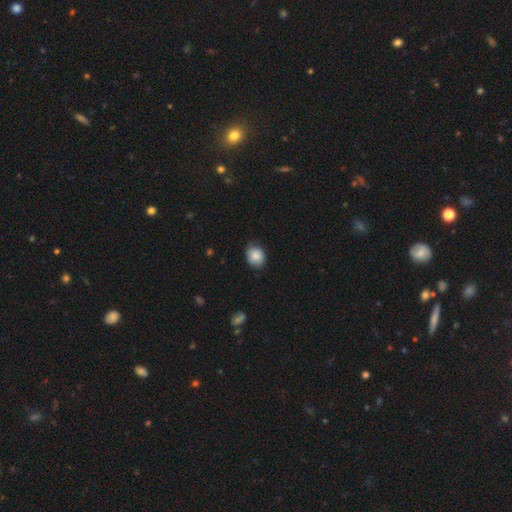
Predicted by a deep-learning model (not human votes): Smooth or featured? Predicted: smooth (p=0.85). How rounded? Predicted: round (p=0.54). Merging? Predicted: none (p=0.73).